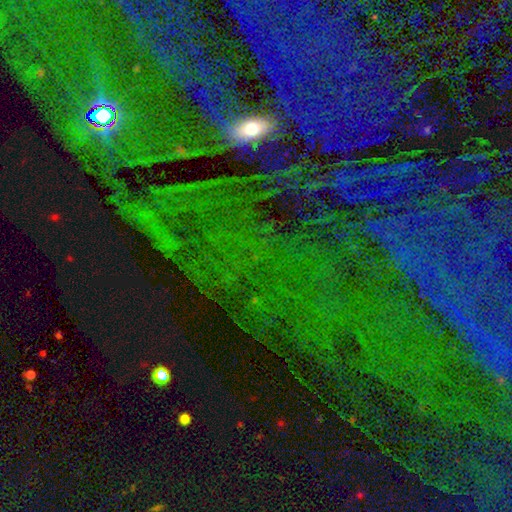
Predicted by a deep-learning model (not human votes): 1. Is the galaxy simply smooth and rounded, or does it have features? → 75% star or artifact, 14% featured or disk, 11% smooth.